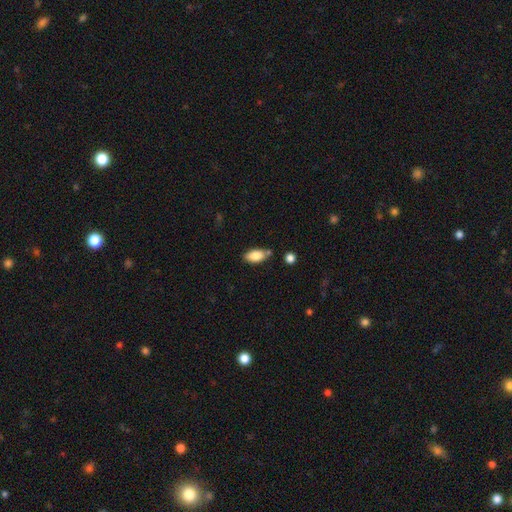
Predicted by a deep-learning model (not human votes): The model was most divided on "merging": none: 66%, minor disturbance: 18%, merger: 12%, major disturbance: 4%. More confident: how rounded — in between (91%); smooth or featured — smooth (84%).